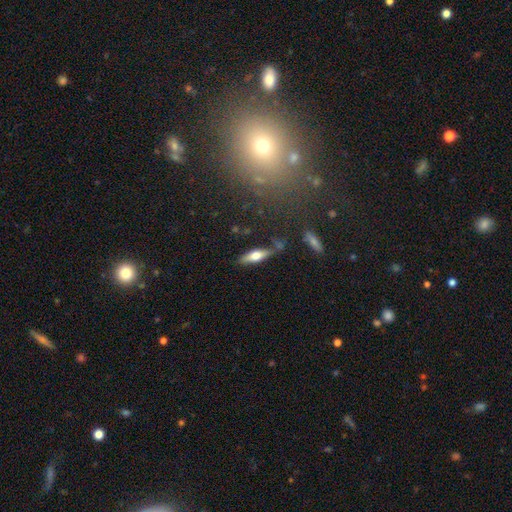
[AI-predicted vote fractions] The model was most divided on "how rounded": cigar-shaped: 51%, in between: 47%, round: 2%. More confident: merging — none (75%); smooth or featured — smooth (56%).